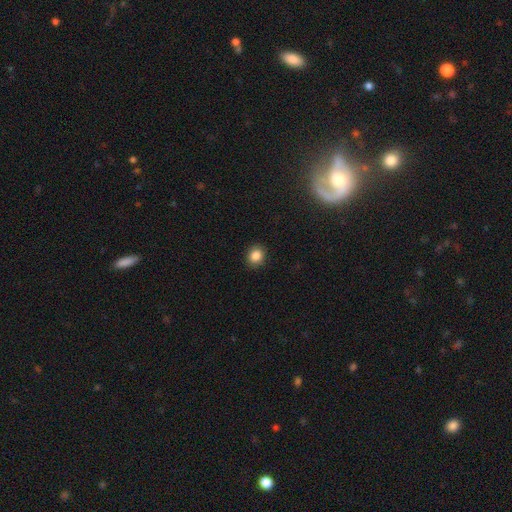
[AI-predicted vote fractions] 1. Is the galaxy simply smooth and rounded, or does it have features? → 85% smooth, 10% star or artifact, 5% featured or disk.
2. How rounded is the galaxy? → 71% round, 28% in between, 1% cigar-shaped.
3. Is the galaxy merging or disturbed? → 90% none, 7% minor disturbance, 2% major disturbance, 1% merger.